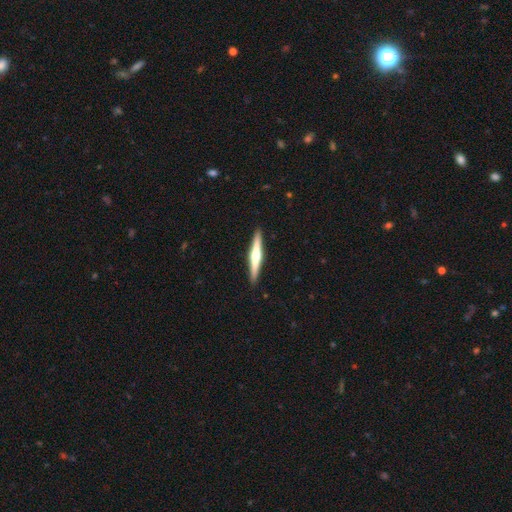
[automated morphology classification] Overall: featured or disk (65%; smooth 30%). Edge-on disk: yes (98%). Edge-on bulge: rounded (86%). Merging: none (92%).